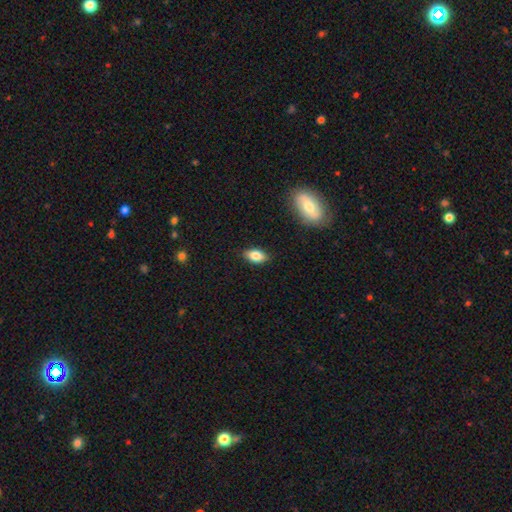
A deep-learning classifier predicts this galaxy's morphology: A smooth galaxy with no disk features (81%) that is in between round and cigar-shaped (89%). Merging: none (84%).